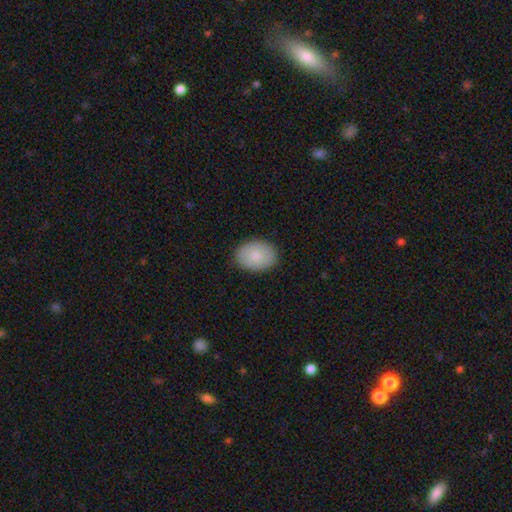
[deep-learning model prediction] Smooth or featured?
  - smooth: 83% *
  - featured or disk: 10%
  - star or artifact: 6%
How rounded?
  - in between: 76% *
  - round: 23%
  - cigar-shaped: 1%
Merging?
  - none: 88% *
  - minor disturbance: 9%
  - major disturbance: 2%
  - merger: 1%